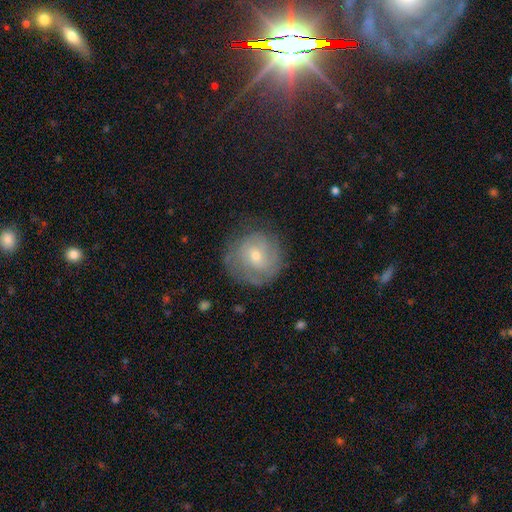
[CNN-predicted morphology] A featured or disk galaxy (56%) with no bar (61%), spiral arms (75%) and a small central bulge (60%).

Vote fractions:
- Smooth or featured? featured or disk: 56% / smooth: 36% / star or artifact: 8%
- Edge-on disk? no: 97% / yes: 3%
- Bar? no: 61% / weak: 33% / strong: 6%
- Spiral arms? yes: 75% / no: 25%
- Bulge size? small: 60% / moderate: 36% / large: 2% / none: 1% / dominant: 1%
- Merging? none: 73% / minor disturbance: 17% / major disturbance: 8% / merger: 1%